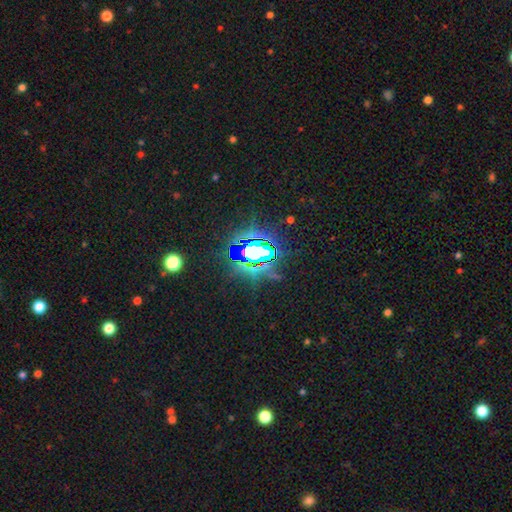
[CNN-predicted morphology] The model was most divided on "smooth or featured": star or artifact: 77%, featured or disk: 12%, smooth: 11%.